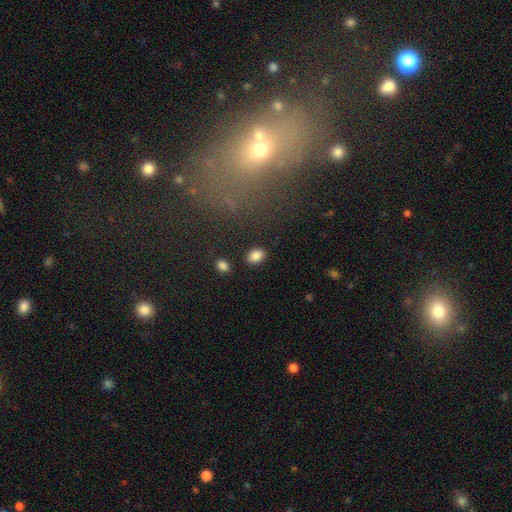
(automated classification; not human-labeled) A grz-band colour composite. It shows a smooth galaxy with no disk features (86%) that is in between round and cigar-shaped (74%). Merging: none (85%).